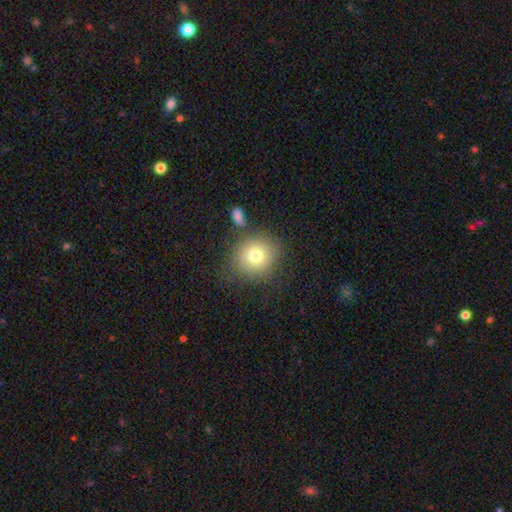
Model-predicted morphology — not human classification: A smooth galaxy with no disk features (76%) that is round (86%). Merging: none (75%).